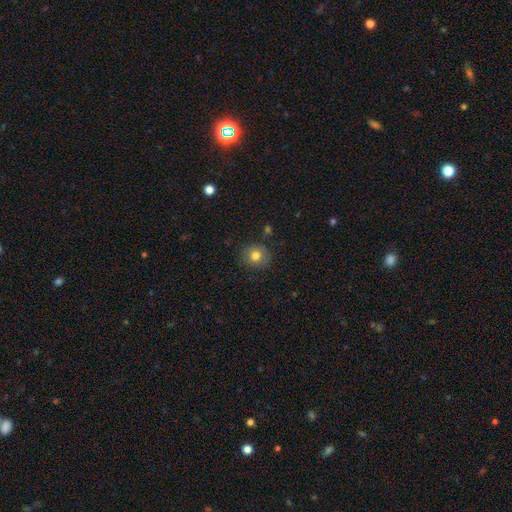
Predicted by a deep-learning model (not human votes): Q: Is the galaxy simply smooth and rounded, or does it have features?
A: smooth — 78%.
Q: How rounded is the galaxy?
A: round — 85%.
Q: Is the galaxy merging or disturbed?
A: none — 85%.